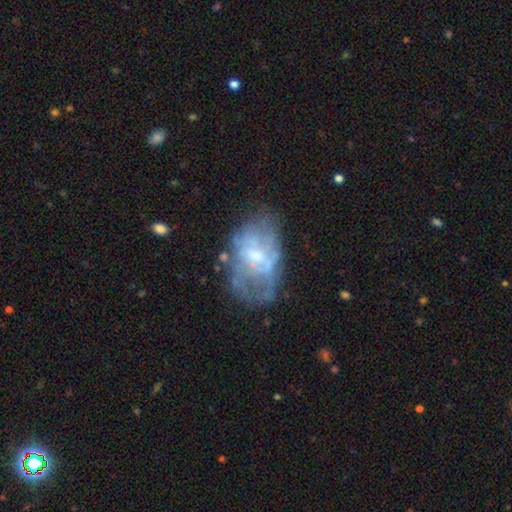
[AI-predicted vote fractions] This is likely a featured or disk galaxy (64%). It is clearly not viewed edge-on (96%). Bar: possibly no (58%). Spiral arm pattern: likely no (61%). Central bulge: marginally moderate (43%). Merging: possibly none (49%).